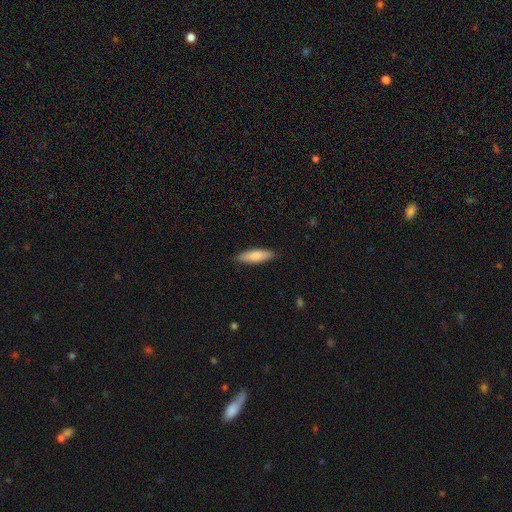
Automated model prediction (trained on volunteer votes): smooth_or_featured: smooth (p=0.79) [alt: featured or disk p=0.16]
how_rounded: cigar-shaped (p=0.61) [alt: in between p=0.37]
merging: none (p=0.88) [alt: minor disturbance p=0.09]